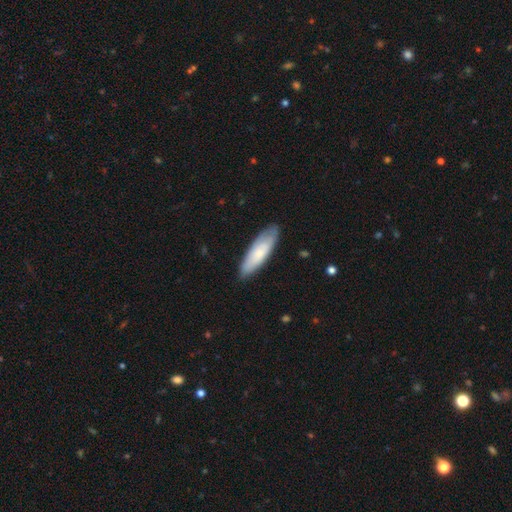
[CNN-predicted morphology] Smooth or featured?
  - smooth: 69% *
  - featured or disk: 24%
  - star or artifact: 8%
How rounded?
  - cigar-shaped: 55% *
  - in between: 44%
  - round: 2%
Merging?
  - none: 86% *
  - minor disturbance: 11%
  - major disturbance: 2%
  - merger: 1%